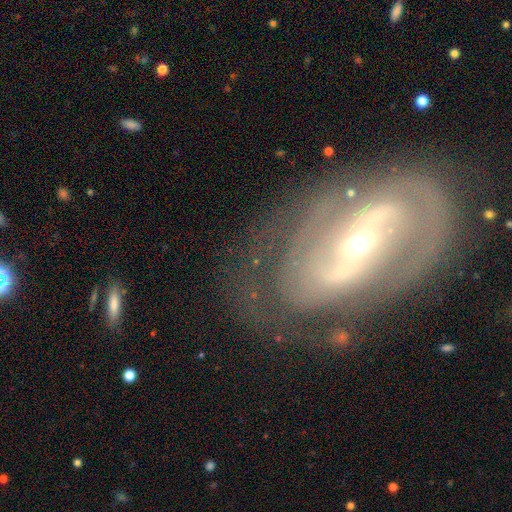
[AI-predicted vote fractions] This appears to be a featured or disk galaxy (85%) with a strong bar (46%), 2 (61%) tight (50%) spiral arms (85%) and a small central bulge (65%). Merging: none (70%).